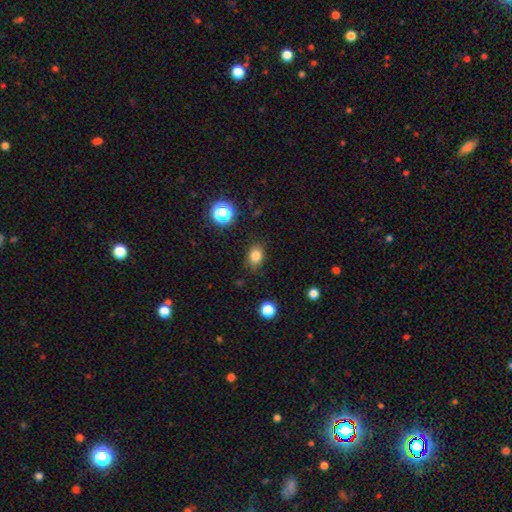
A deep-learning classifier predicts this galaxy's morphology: This is clearly a smooth galaxy (82%). How rounded: likely in between (63%). Merging: clearly none (82%).